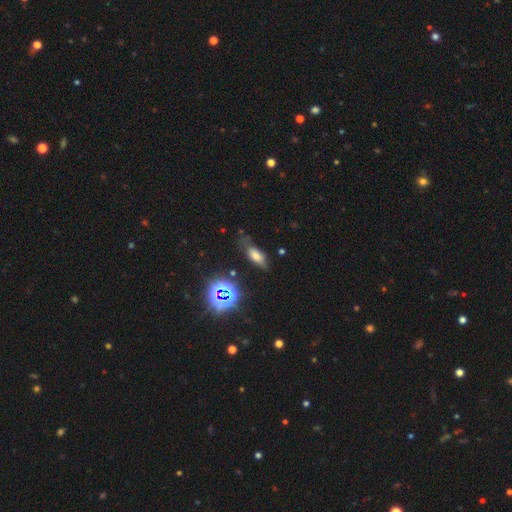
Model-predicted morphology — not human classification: A smooth galaxy with no disk features (63%) that is in between round and cigar-shaped (72%). Merging: none (60%).